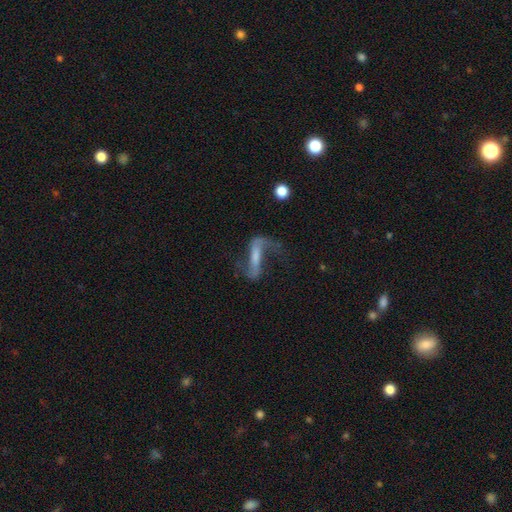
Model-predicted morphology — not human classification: A featured or disk galaxy (77%) with a strong bar (54%), 2 (82%) loose (81%) spiral arms (89%) and a small central bulge (41%).

Vote fractions:
- Smooth or featured? featured or disk: 77% / smooth: 15% / star or artifact: 8%
- Edge-on disk? no: 82% / yes: 18%
- Bar? strong: 54% / weak: 28% / no: 18%
- Spiral arms? yes: 89% / no: 11%
- Spiral winding? loose: 81% / medium: 14% / tight: 5%
- Spiral arm count? 2: 82% / 1: 12% / can't tell: 4% / 3: 1% / 4: 1% / more than 4: 1%
- Bulge size? small: 41% / none: 26% / moderate: 25% / large: 5% / dominant: 2%
- Merging? none: 52% / major disturbance: 27% / minor disturbance: 17% / merger: 4%